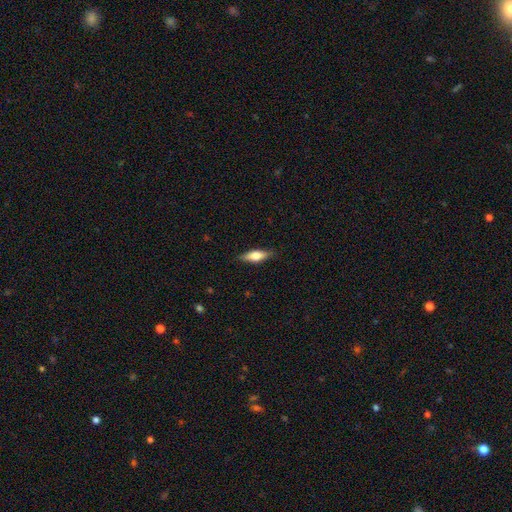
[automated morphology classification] Overall: smooth (55%; featured or disk 38%). How rounded: in between (55%; cigar-shaped 42%). Merging: none (85%).